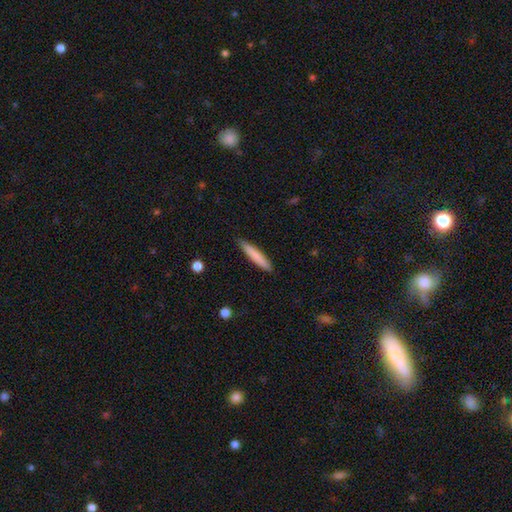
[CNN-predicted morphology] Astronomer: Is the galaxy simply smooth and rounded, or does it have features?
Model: smooth — 77%.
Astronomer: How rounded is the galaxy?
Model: cigar-shaped — 93%.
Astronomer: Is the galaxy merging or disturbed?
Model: none — 88%.